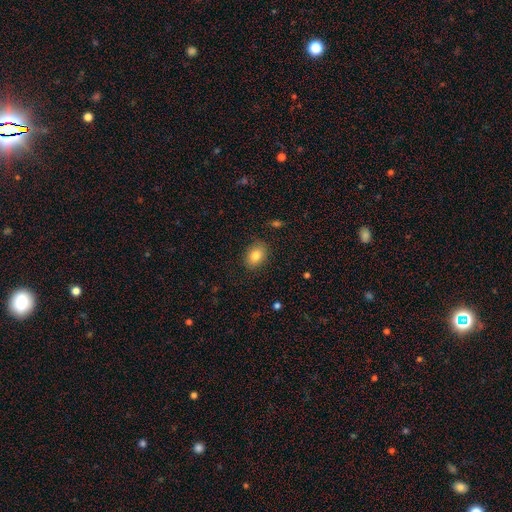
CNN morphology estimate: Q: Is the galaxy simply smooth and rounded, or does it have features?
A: smooth — 82%.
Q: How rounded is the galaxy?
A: in between — 69%.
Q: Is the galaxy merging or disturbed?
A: none — 85%.